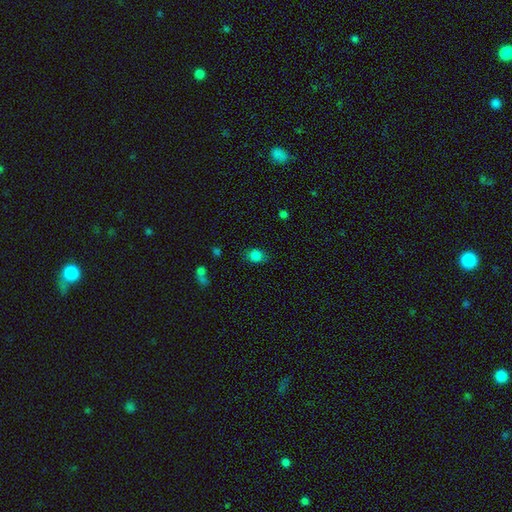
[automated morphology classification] The model was most divided on "how rounded": round: 53%, in between: 46%, cigar-shaped: 1%. More confident: smooth or featured — smooth (82%); merging — none (80%).